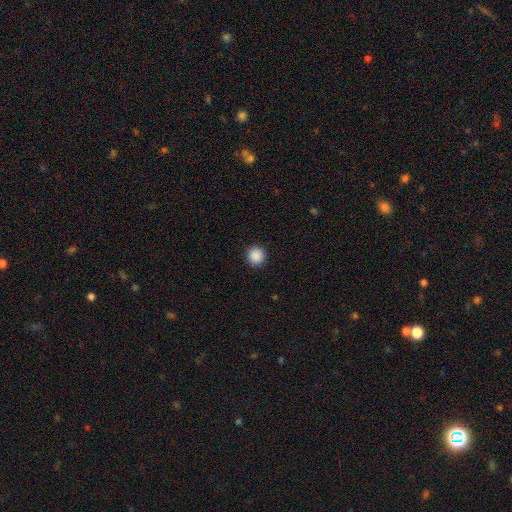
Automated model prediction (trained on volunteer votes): Smooth or featured? smooth (89%)
How rounded? round (95%)
Merging? none (92%)